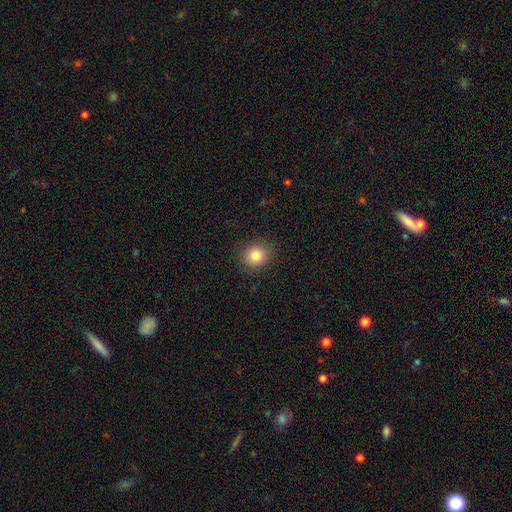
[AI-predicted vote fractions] Smooth or featured?
  - smooth: 82% *
  - star or artifact: 11%
  - featured or disk: 7%
How rounded?
  - round: 76% *
  - in between: 23%
  - cigar-shaped: 1%
Merging?
  - none: 87% *
  - minor disturbance: 9%
  - major disturbance: 3%
  - merger: 1%